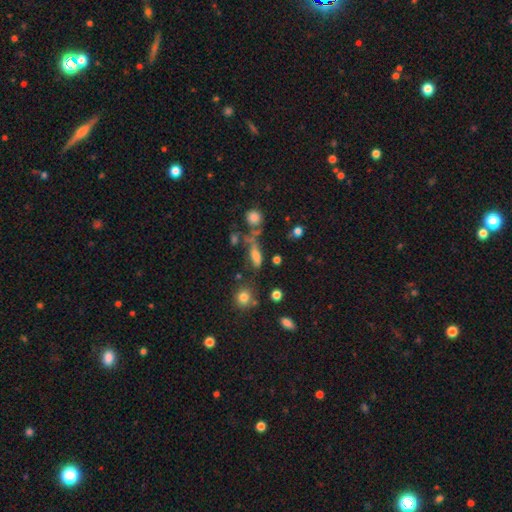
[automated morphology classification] smooth 61%, featured or disk 22%, star or artifact 17%. Down the decision tree: how rounded — in between (46%); merging — none (52%).